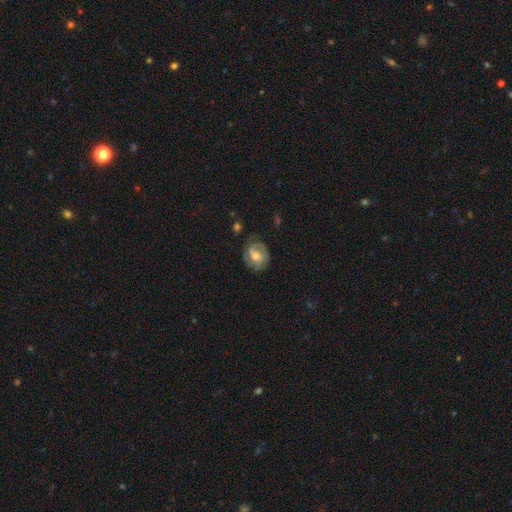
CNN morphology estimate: A featured or disk galaxy (66%) with no bar (47%), 2 (56%) tight (47%) spiral arms (86%) and a moderate central bulge (56%).

Vote fractions:
- Smooth or featured? featured or disk: 66% / smooth: 27% / star or artifact: 7%
- Edge-on disk? no: 97% / yes: 3%
- Bar? no: 47% / weak: 42% / strong: 11%
- Spiral arms? yes: 86% / no: 14%
- Spiral winding? tight: 47% / medium: 39% / loose: 14%
- Spiral arm count? 2: 56% / can't tell: 21% / 1: 10% / 3: 9% / 4: 2% / more than 4: 2%
- Bulge size? moderate: 56% / small: 20% / large: 17% / none: 5% / dominant: 2%
- Merging? none: 69% / minor disturbance: 20% / major disturbance: 9% / merger: 2%